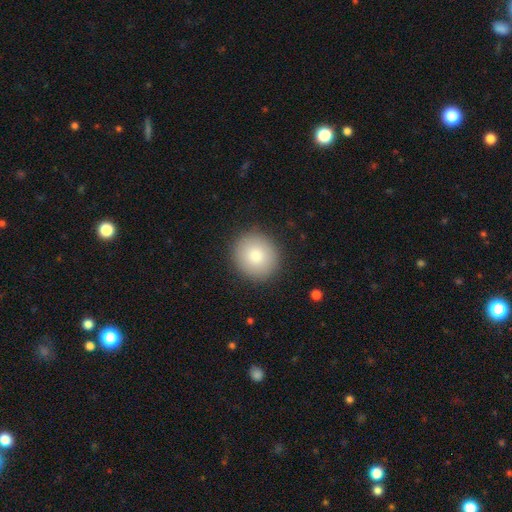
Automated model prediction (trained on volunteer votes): Smooth or featured?
  - smooth: 84% *
  - featured or disk: 8%
  - star or artifact: 8%
How rounded?
  - round: 88% *
  - in between: 11%
  - cigar-shaped: 1%
Merging?
  - none: 90% *
  - minor disturbance: 7%
  - major disturbance: 2%
  - merger: 1%